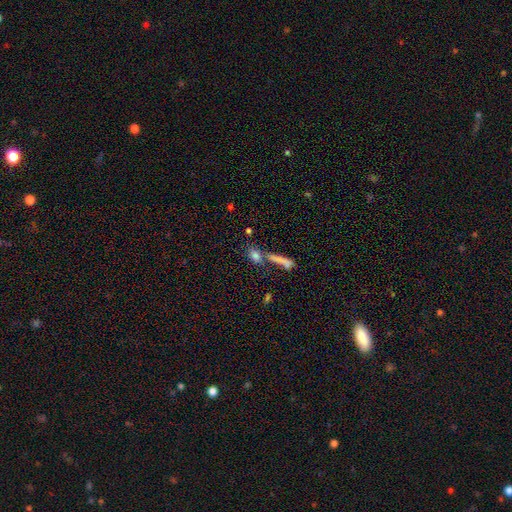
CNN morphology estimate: Smooth or featured?
  - smooth: 75% *
  - featured or disk: 14%
  - star or artifact: 12%
How rounded?
  - in between: 54% *
  - cigar-shaped: 33%
  - round: 13%
Merging?
  - none: 50% *
  - merger: 32%
  - minor disturbance: 11%
  - major disturbance: 7%